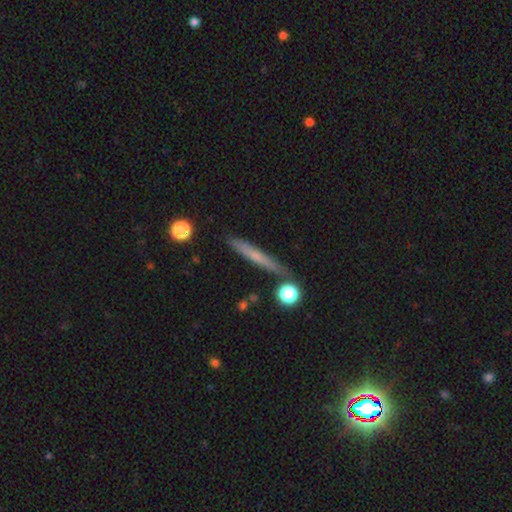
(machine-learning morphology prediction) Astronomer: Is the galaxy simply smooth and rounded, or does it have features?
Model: smooth — 53% (runner-up: featured or disk, 39%).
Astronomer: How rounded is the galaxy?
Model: cigar-shaped — 93%.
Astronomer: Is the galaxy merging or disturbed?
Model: none — 82%.